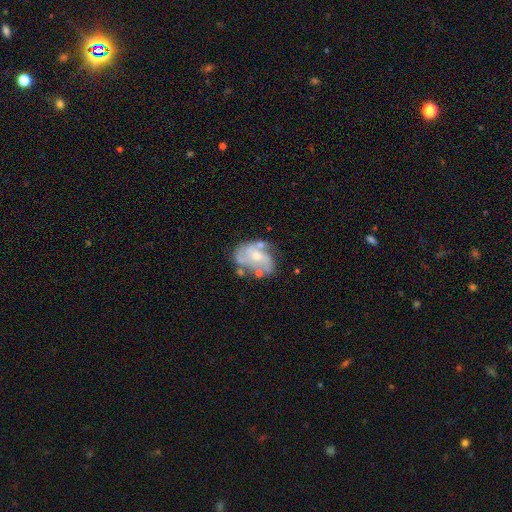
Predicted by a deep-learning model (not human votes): A featured or disk galaxy (71%) with no bar (73%), spiral arms (68%) and a small central bulge (47%). Merging: none (46%).